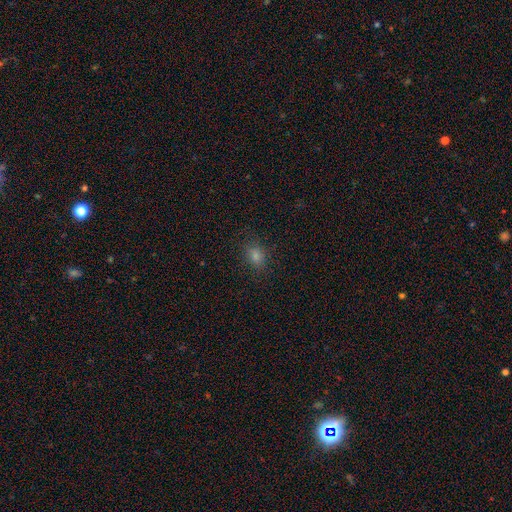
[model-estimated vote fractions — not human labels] Smooth or featured? smooth (75%)
How rounded? in between (59%)
Merging? none (85%)